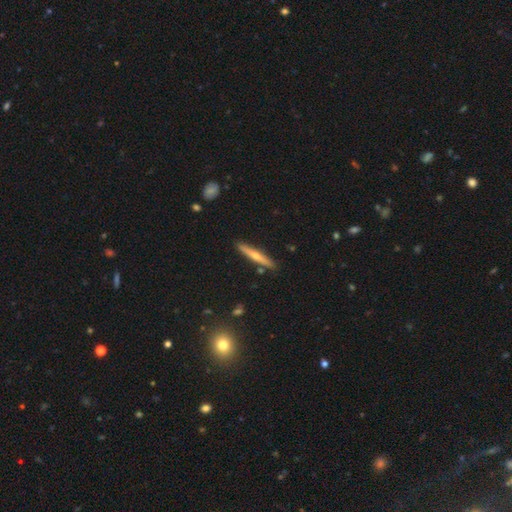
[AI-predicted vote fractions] Smooth or featured: featured or disk — 52% (smooth — 42%)
Edge-on disk: yes — 95% (no — 5%)
Merging: none — 89% (minor disturbance — 8%)